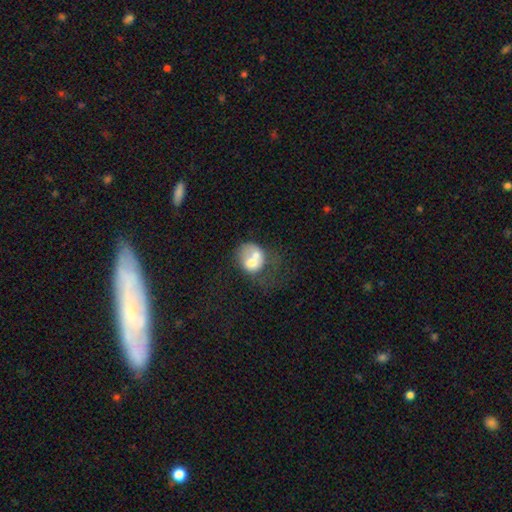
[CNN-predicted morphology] This is possibly a smooth galaxy (57%). How rounded: possibly round (58%). Merging: likely merger (65%).